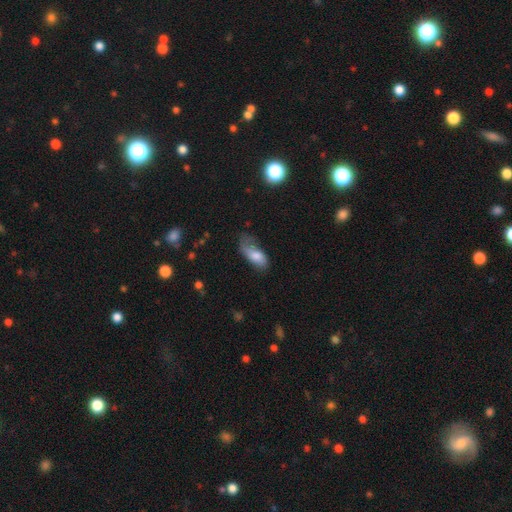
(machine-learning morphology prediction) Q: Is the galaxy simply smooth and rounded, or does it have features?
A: smooth — 74%.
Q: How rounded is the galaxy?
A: in between — 85%.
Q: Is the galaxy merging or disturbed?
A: minor disturbance — 37%.